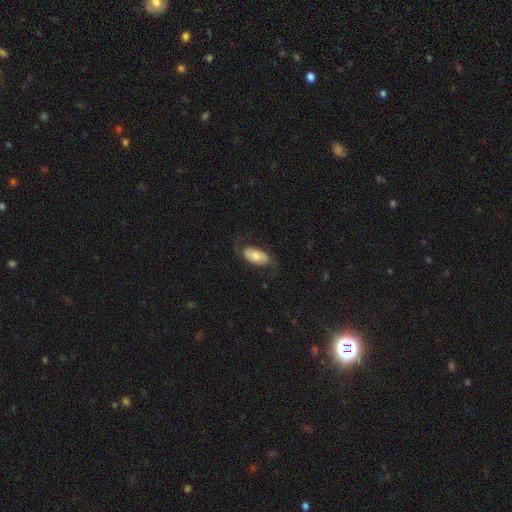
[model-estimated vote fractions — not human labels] Smooth or featured? featured or disk (48%)
Merging? none (67%)